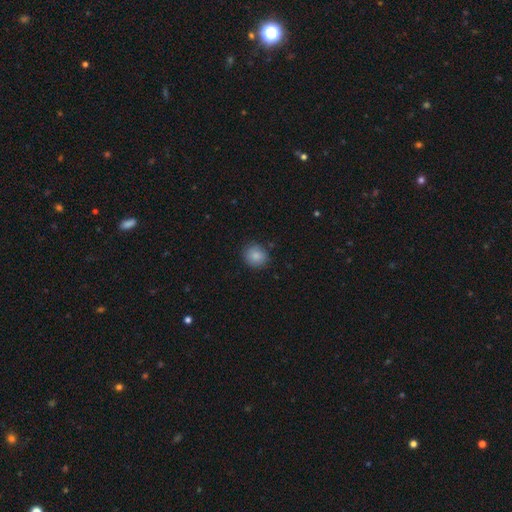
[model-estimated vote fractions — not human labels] smooth_or_featured: smooth (p=0.86) [alt: star or artifact p=0.09]
how_rounded: round (p=0.83) [alt: in between p=0.16]
merging: none (p=0.86) [alt: minor disturbance p=0.11]